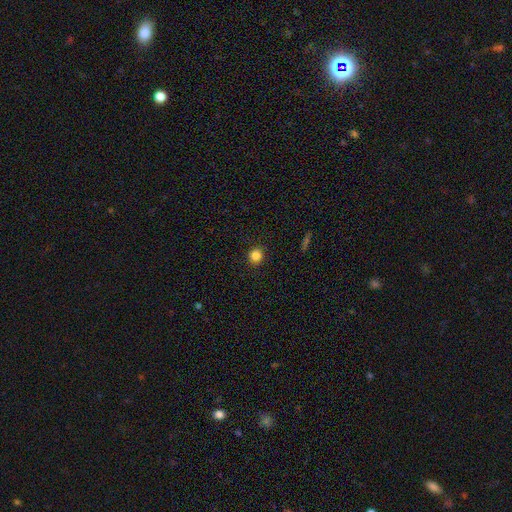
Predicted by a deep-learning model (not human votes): smooth-or-featured: smooth: 84% | star or artifact: 12% | featured or disk: 5%
  how-rounded: round: 93% | in between: 6% | cigar-shaped: 1%
  merging: none: 92% | minor disturbance: 6% | major disturbance: 2% | merger: 1%